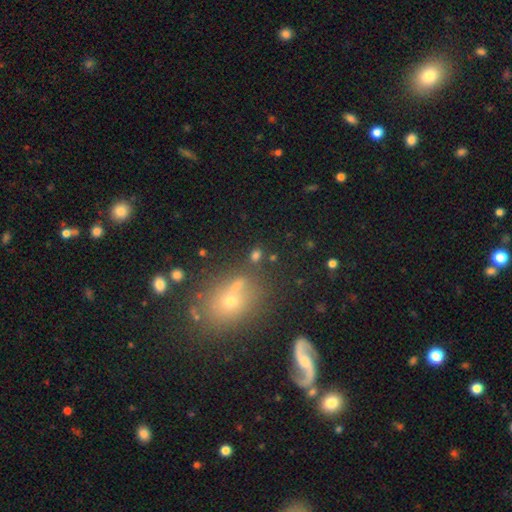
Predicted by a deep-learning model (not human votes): A smooth galaxy with no disk features (66%) that is round (54%).

Vote fractions:
- Smooth or featured? smooth: 66% / star or artifact: 24% / featured or disk: 10%
- How rounded? round: 54% / in between: 43% / cigar-shaped: 4%
- Merging? none: 73% / merger: 12% / minor disturbance: 10% / major disturbance: 5%